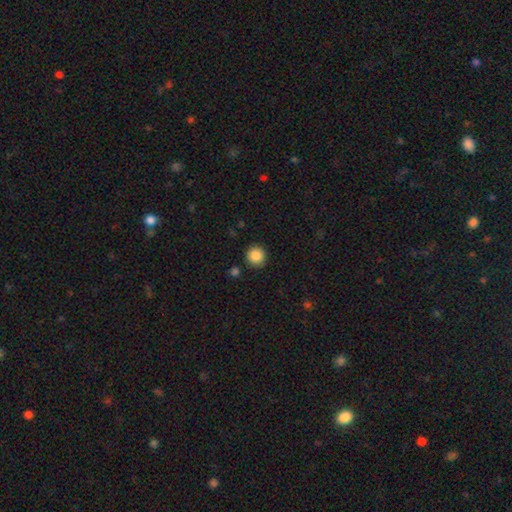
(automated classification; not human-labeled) This is clearly a smooth galaxy (87%). How rounded: clearly round (94%). Merging: clearly none (90%).